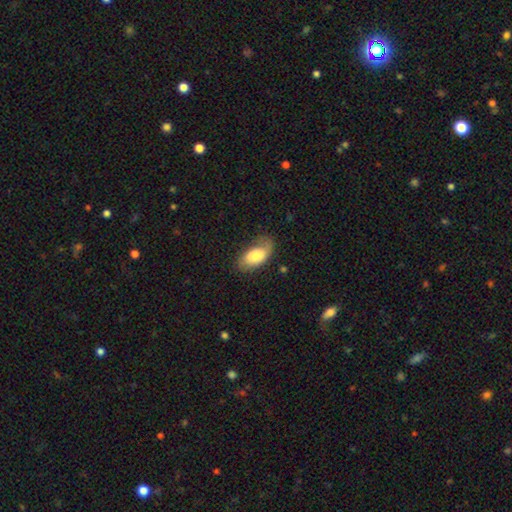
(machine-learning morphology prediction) The model was most divided on "merging": none: 54%, minor disturbance: 30%, major disturbance: 14%, merger: 2%. More confident: how rounded — in between (94%); smooth or featured — smooth (72%).